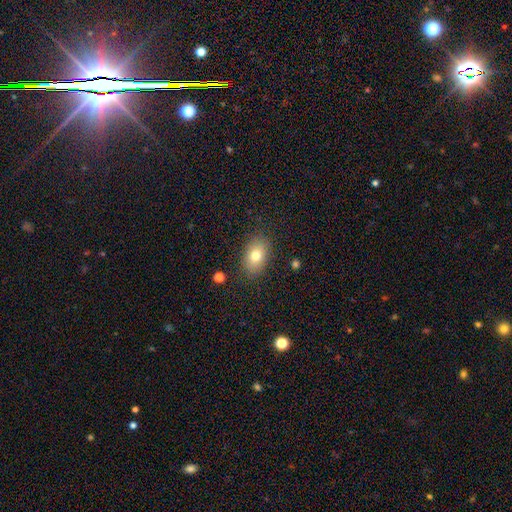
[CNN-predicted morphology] Overall: smooth (77%). How rounded: in between (85%). Merging: none (85%).